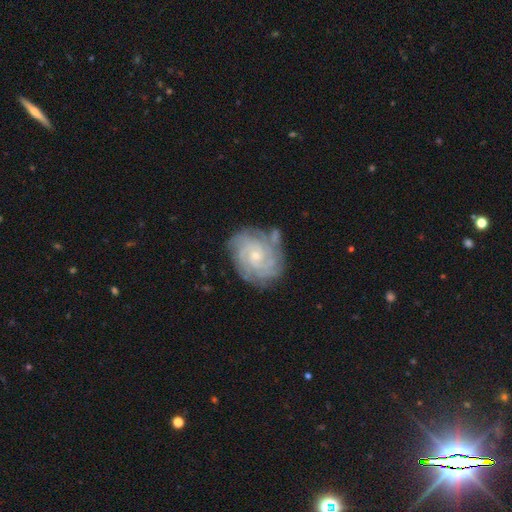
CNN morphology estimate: Smooth or featured? Predicted: featured or disk (p=0.85). Edge-on disk? Predicted: no (p=0.98). Bar? Predicted: no (p=0.73). Spiral arms? Predicted: yes (p=0.97). Spiral winding? Predicted: tight (p=0.79). Spiral arm count? Predicted: 4 (p=0.28). Bulge size? Predicted: small (p=0.71). Merging? Predicted: none (p=0.73).